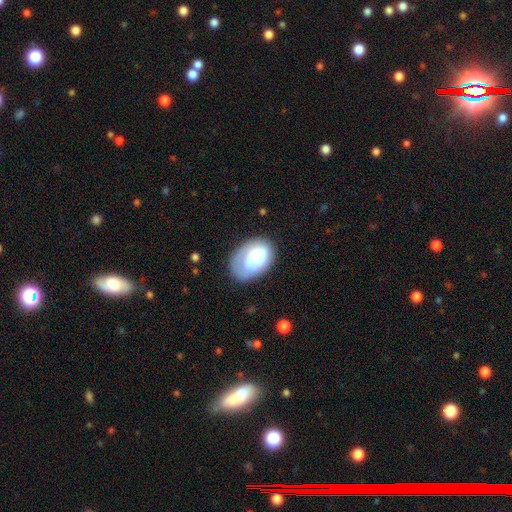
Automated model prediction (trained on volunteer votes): Smooth or featured? smooth (64%)
How rounded? in between (86%)
Merging? none (54%)